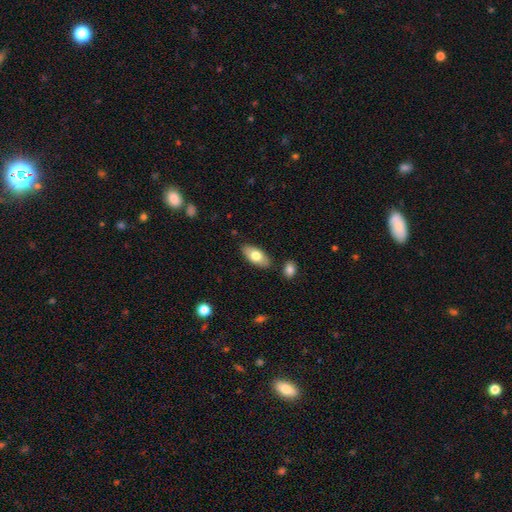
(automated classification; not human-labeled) smooth-or-featured: smooth: 73% | featured or disk: 21% | star or artifact: 6%
  how-rounded: in between: 88% | cigar-shaped: 9% | round: 3%
  merging: none: 83% | minor disturbance: 11% | merger: 3% | major disturbance: 2%